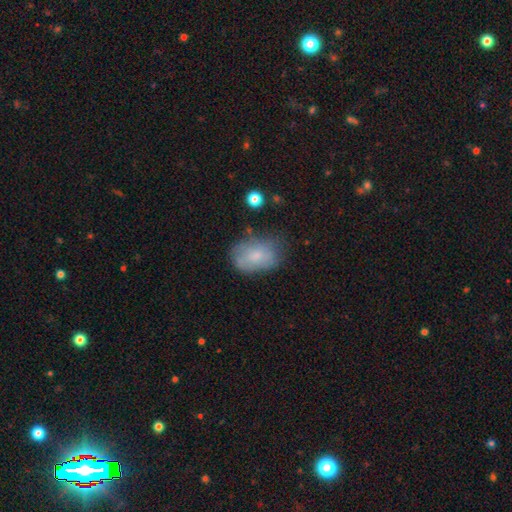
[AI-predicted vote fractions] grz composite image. It shows a smooth galaxy with no disk features (70%) that is in between round and cigar-shaped (83%). Merging: none (53%).